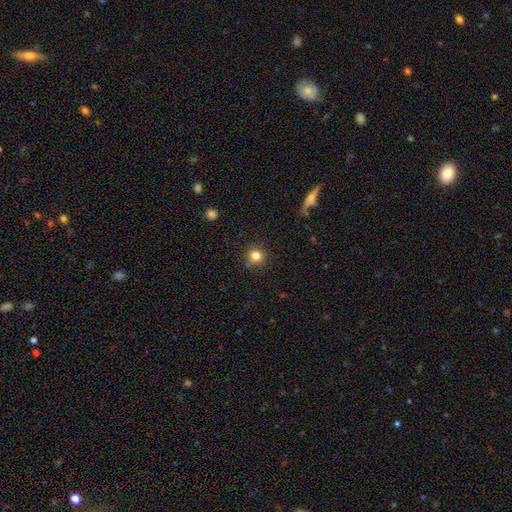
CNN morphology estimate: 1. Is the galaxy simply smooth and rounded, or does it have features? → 82% smooth, 12% star or artifact, 6% featured or disk.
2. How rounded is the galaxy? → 89% round, 10% in between, 1% cigar-shaped.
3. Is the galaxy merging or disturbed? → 84% none, 11% minor disturbance, 3% major disturbance, 2% merger.